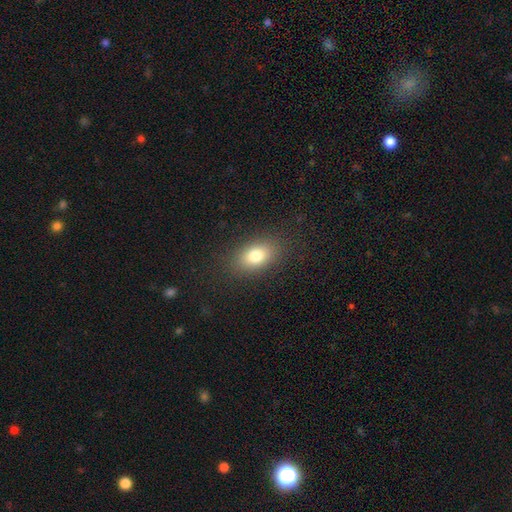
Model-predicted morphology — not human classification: Q: Smooth or featured?
A: smooth (78%); runner-up: featured or disk (11%)
Q: How rounded?
A: in between (84%); runner-up: round (13%)
Q: Merging?
A: none (86%); runner-up: minor disturbance (9%)